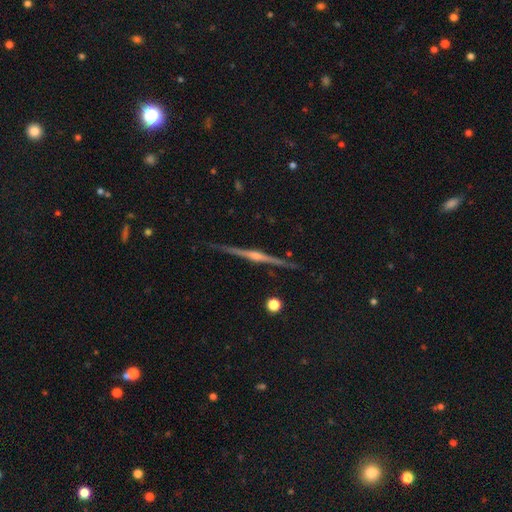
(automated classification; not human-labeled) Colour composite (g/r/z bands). It shows a featured or disk galaxy (86%) viewed edge-on (98%) with a rounded central bulge (86%). Merging: none (89%).